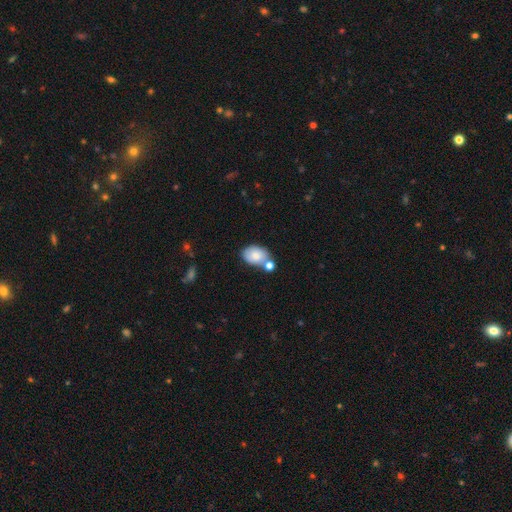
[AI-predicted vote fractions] A smooth galaxy with no disk features (76%) that is in between round and cigar-shaped (83%). Merging: none (49%).